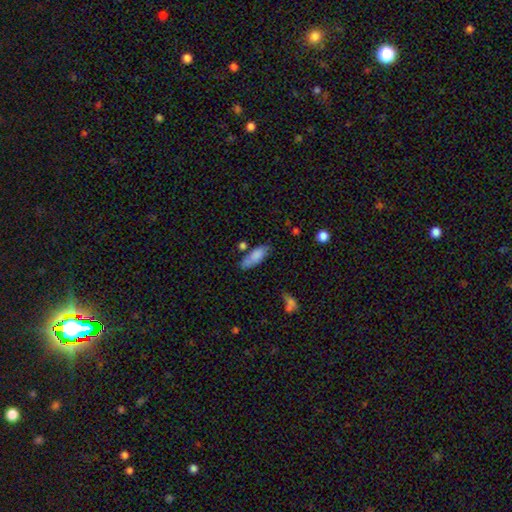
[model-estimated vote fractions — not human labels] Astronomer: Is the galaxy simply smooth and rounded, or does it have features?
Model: smooth — 81%.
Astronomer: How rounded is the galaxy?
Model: in between — 74%.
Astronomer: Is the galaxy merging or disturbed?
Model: none — 60%.